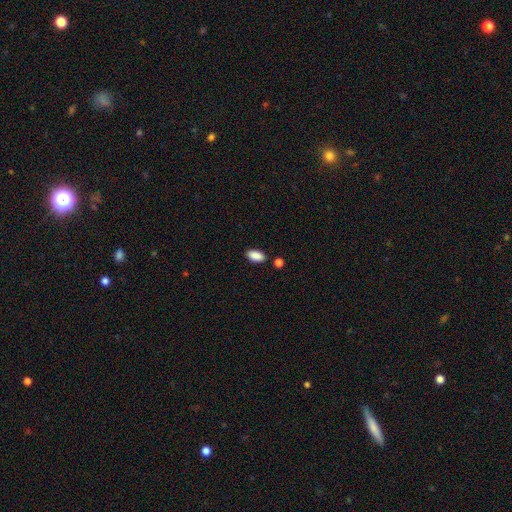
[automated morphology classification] Smooth or featured?
  - smooth: 89% *
  - star or artifact: 7%
  - featured or disk: 3%
How rounded?
  - in between: 92% *
  - cigar-shaped: 5%
  - round: 3%
Merging?
  - none: 83% *
  - minor disturbance: 10%
  - merger: 5%
  - major disturbance: 2%